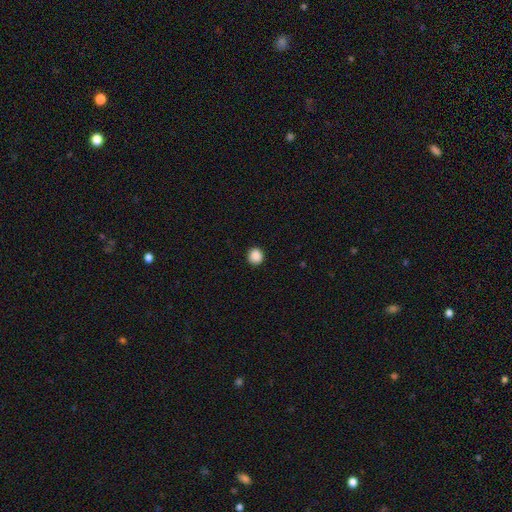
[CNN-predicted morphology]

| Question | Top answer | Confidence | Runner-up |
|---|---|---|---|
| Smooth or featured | smooth | 89% | star or artifact (9%) |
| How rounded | round | 92% | in between (7%) |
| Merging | none | 93% | minor disturbance (5%) |